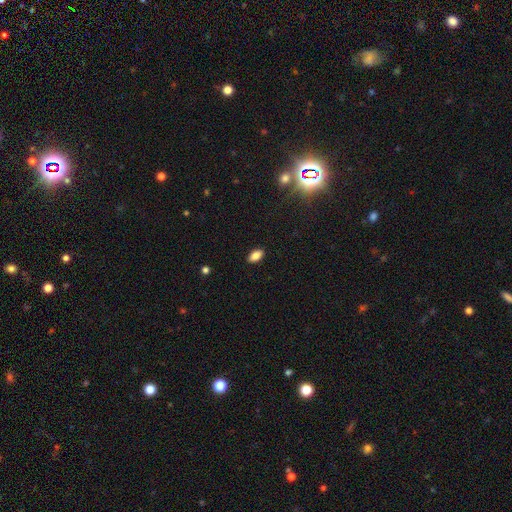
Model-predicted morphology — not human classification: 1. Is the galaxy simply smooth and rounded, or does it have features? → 83% smooth, 9% star or artifact, 8% featured or disk.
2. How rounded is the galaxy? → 91% in between, 6% cigar-shaped, 4% round.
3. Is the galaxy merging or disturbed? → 89% none, 8% minor disturbance, 2% major disturbance, 1% merger.